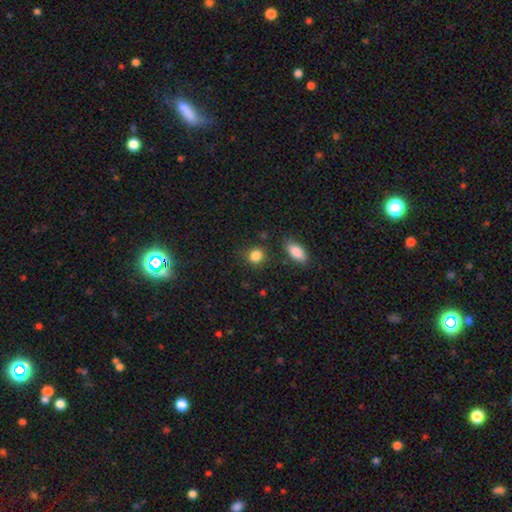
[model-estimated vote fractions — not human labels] The model was most divided on "how rounded": round: 68%, in between: 31%, cigar-shaped: 2%. More confident: smooth or featured — smooth (86%); merging — none (81%).